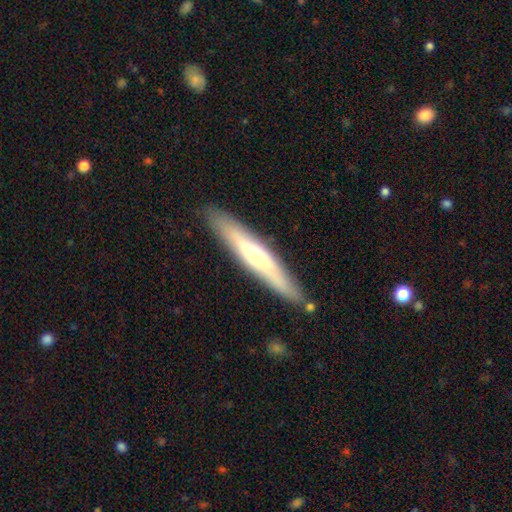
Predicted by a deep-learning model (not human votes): Smooth or featured: featured or disk — 52% (smooth — 43%)
Edge-on disk: yes — 82% (no — 18%)
Merging: none — 86% (minor disturbance — 10%)